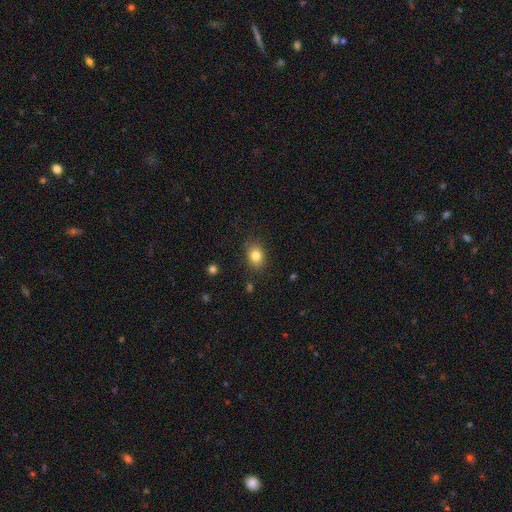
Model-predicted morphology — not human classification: smooth-or-featured: smooth: 82% | star or artifact: 10% | featured or disk: 8%
  how-rounded: in between: 59% | round: 40% | cigar-shaped: 1%
  merging: none: 85% | minor disturbance: 11% | major disturbance: 3% | merger: 1%